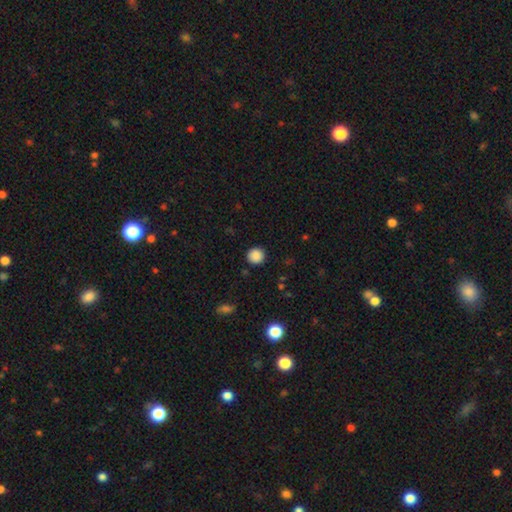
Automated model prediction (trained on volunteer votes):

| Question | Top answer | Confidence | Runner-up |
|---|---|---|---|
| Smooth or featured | smooth | 87% | star or artifact (10%) |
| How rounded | round | 94% | in between (5%) |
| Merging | none | 91% | minor disturbance (6%) |